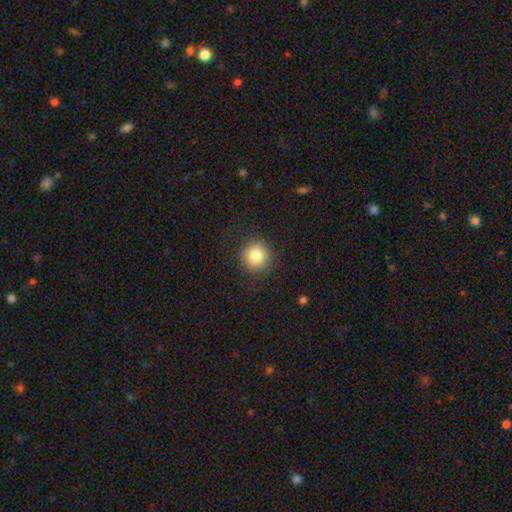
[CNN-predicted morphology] A smooth galaxy with no disk features (84%) that is round (94%). Merging: none (87%).